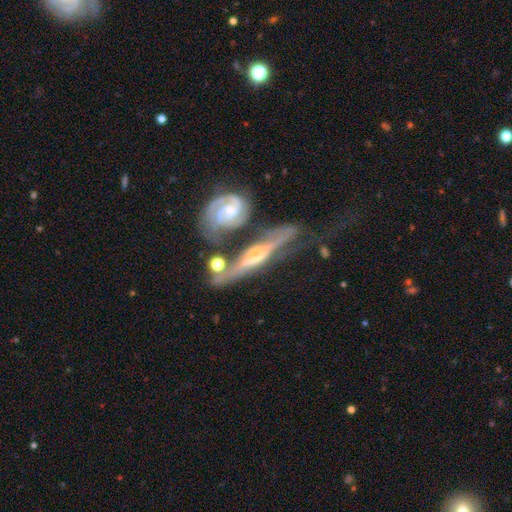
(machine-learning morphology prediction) featured or disk 84%, smooth 11%, star or artifact 5%. Down the decision tree: edge-on disk — yes (74%); edge-on bulge — rounded (80%); merging — none (48%).